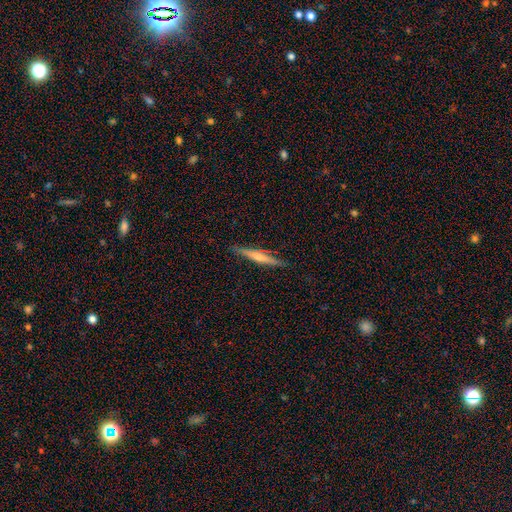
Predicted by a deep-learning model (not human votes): featured or disk 63%, smooth 31%, star or artifact 6%. Down the decision tree: edge-on disk — yes (97%); edge-on bulge — rounded (57%); merging — none (89%).